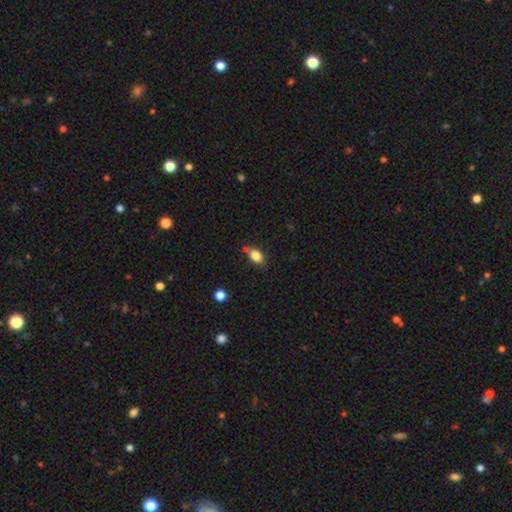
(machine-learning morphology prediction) Smooth or featured?
  - smooth: 83% *
  - star or artifact: 9%
  - featured or disk: 8%
How rounded?
  - in between: 84% *
  - round: 13%
  - cigar-shaped: 3%
Merging?
  - none: 67% *
  - minor disturbance: 20%
  - merger: 9%
  - major disturbance: 4%